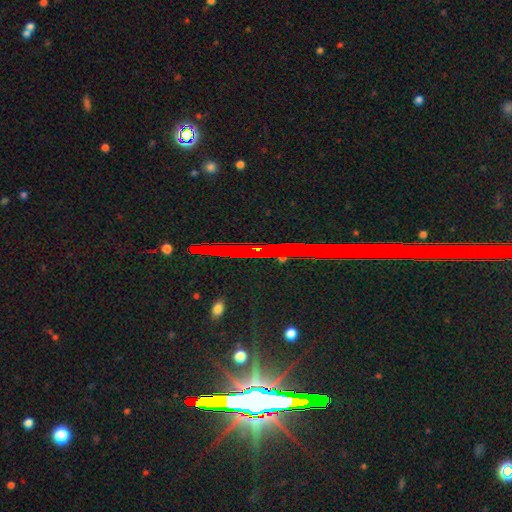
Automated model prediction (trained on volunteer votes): A star or artifact, not a galaxy (82%).

Vote fractions:
- Smooth or featured? star or artifact: 82% / featured or disk: 11% / smooth: 7%